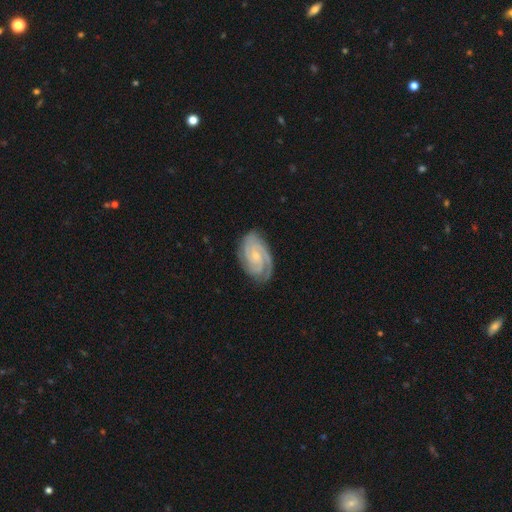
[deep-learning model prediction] Q: Smooth or featured?
A: featured or disk (89%); runner-up: smooth (6%)
Q: Edge-on disk?
A: no (97%); runner-up: yes (3%)
Q: Bar?
A: no (58%); runner-up: weak (35%)
Q: Spiral arms?
A: yes (98%); runner-up: no (2%)
Q: Spiral winding?
A: tight (71%); runner-up: medium (25%)
Q: Spiral arm count?
A: 2 (43%); runner-up: 3 (31%)
Q: Bulge size?
A: small (71%); runner-up: moderate (23%)
Q: Merging?
A: none (81%); runner-up: minor disturbance (15%)